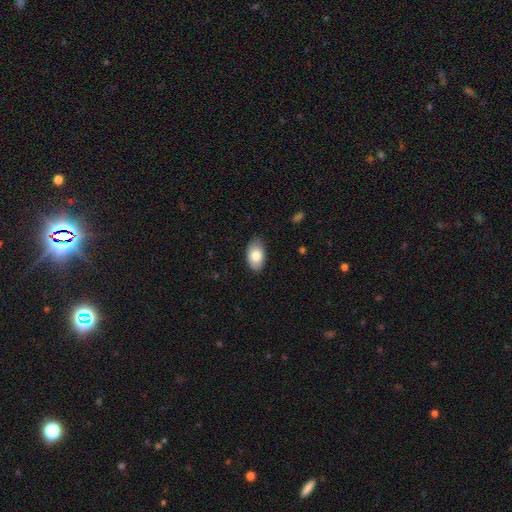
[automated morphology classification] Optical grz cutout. It shows a smooth galaxy with no disk features (83%) that is in between round and cigar-shaped (94%). Merging: none (82%).